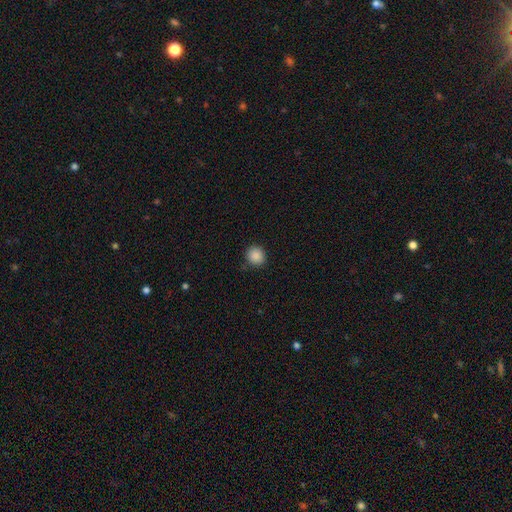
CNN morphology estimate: Smooth or featured? Predicted: smooth (p=0.88). How rounded? Predicted: round (p=0.88). Merging? Predicted: none (p=0.88).